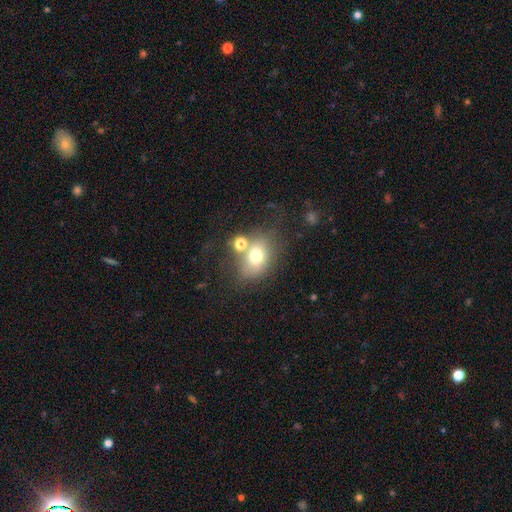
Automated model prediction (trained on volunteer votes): smooth_or_featured: smooth (p=0.68) [alt: featured or disk p=0.18]
how_rounded: in between (p=0.57) [alt: round p=0.41]
merging: none (p=0.53) [alt: merger p=0.21]